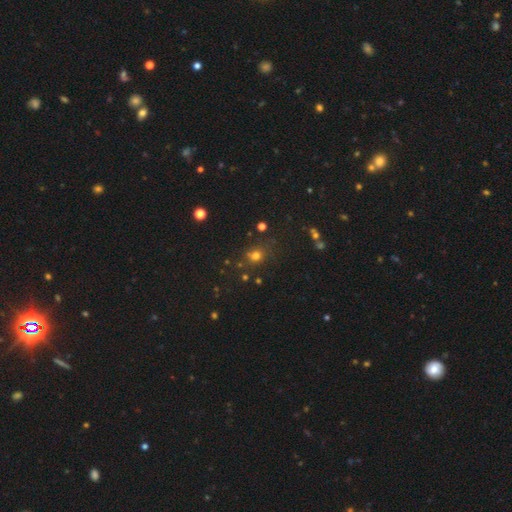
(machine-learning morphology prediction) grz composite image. It shows a smooth galaxy with no disk features (69%) that is round (75%). Merging: none (72%).